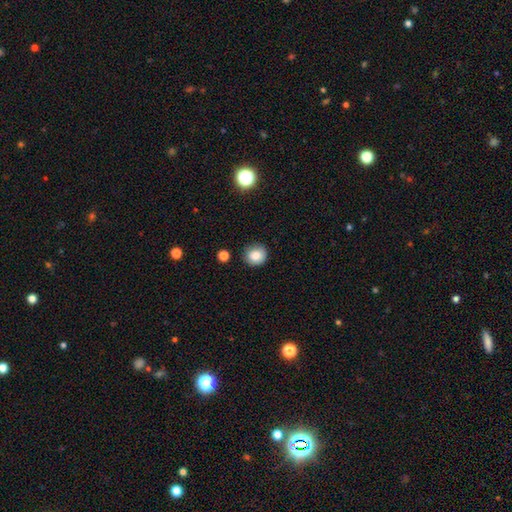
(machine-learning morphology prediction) smooth 83%, star or artifact 10%, featured or disk 6%. Down the decision tree: how rounded — round (88%); merging — none (81%).